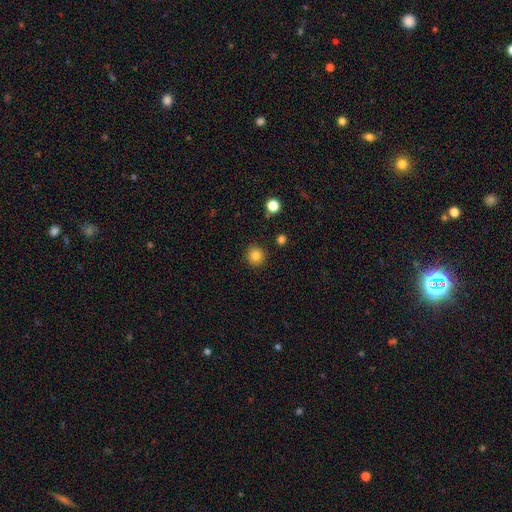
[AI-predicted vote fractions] This is clearly a smooth galaxy (82%). How rounded: clearly round (94%). Merging: clearly none (91%).